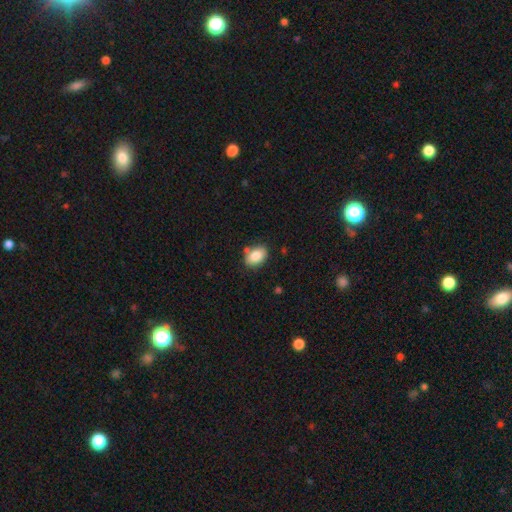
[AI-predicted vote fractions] This is clearly a smooth galaxy (85%). How rounded: clearly in between (82%). Merging: likely none (76%).